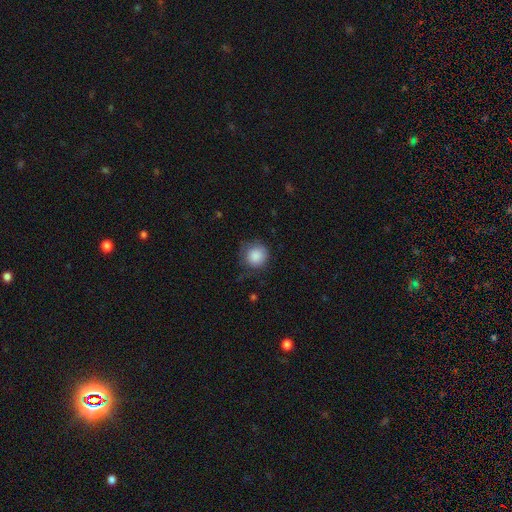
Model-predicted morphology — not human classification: The model was most divided on "merging": none: 68%, minor disturbance: 22%, major disturbance: 8%, merger: 1%. More confident: how rounded — round (93%); smooth or featured — smooth (87%).